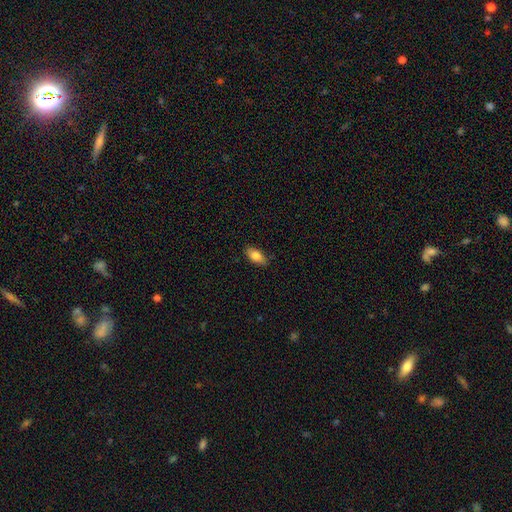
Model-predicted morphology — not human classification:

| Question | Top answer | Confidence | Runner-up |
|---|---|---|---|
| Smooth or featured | smooth | 82% | featured or disk (11%) |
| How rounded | in between | 89% | cigar-shaped (8%) |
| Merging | none | 85% | minor disturbance (12%) |